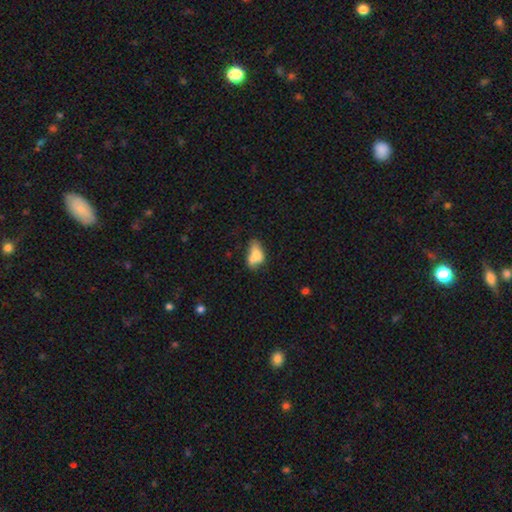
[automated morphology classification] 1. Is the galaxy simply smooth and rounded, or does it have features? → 65% smooth, 25% featured or disk, 10% star or artifact.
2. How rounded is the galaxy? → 85% in between, 9% round, 6% cigar-shaped.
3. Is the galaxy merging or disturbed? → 31% merger, 29% none, 22% minor disturbance, 17% major disturbance.